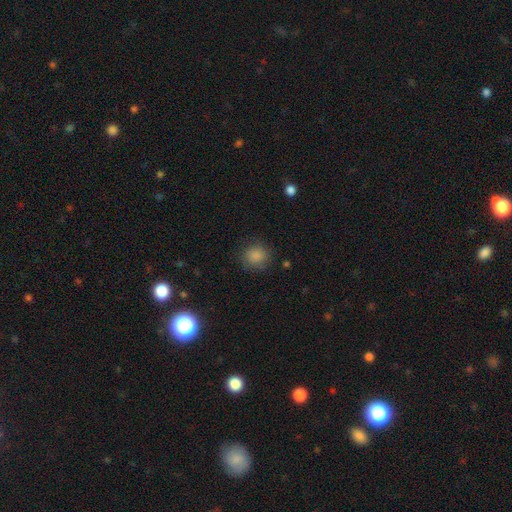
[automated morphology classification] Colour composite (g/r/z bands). It shows a smooth galaxy with no disk features (86%) that is round (88%). Merging: none (84%).